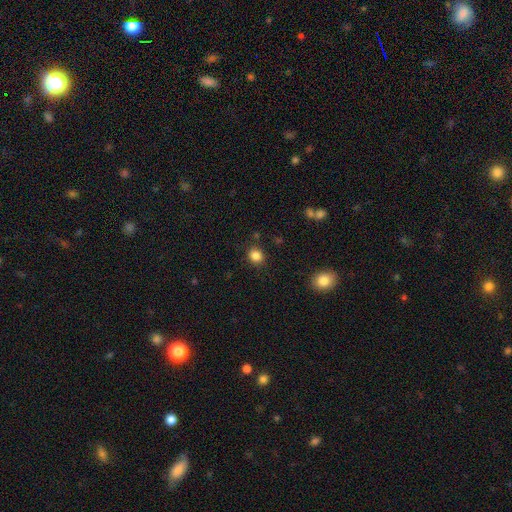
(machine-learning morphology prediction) Smooth or featured? Predicted: smooth (p=0.85). How rounded? Predicted: round (p=0.71). Merging? Predicted: none (p=0.87).